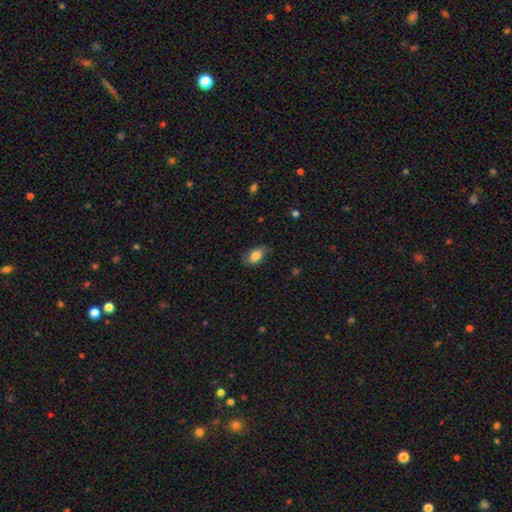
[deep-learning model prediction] Smooth or featured? smooth (78%)
How rounded? in between (89%)
Merging? none (68%)